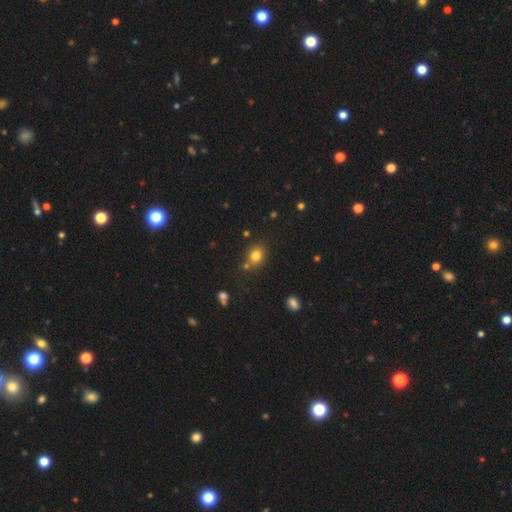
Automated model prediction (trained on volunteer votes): smooth-or-featured: smooth: 78% | star or artifact: 14% | featured or disk: 8%
  how-rounded: round: 60% | in between: 39% | cigar-shaped: 1%
  merging: none: 72% | minor disturbance: 12% | merger: 12% | major disturbance: 4%